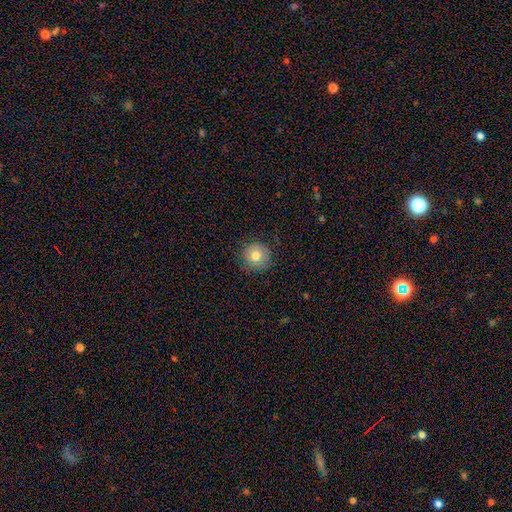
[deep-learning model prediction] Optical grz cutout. It shows a smooth galaxy with no disk features (76%) that is round (94%). Merging: none (85%).